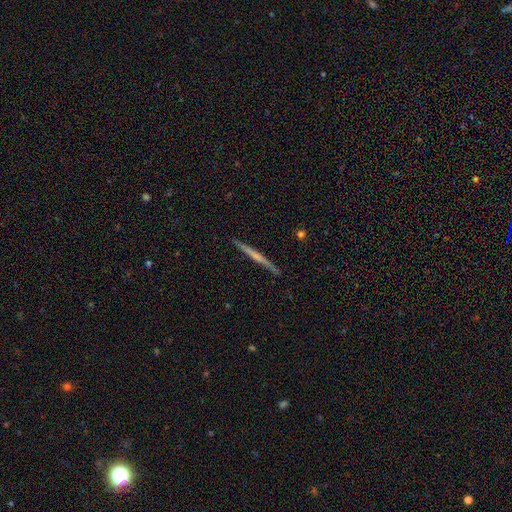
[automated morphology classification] Smooth or featured?
  - featured or disk: 65% *
  - smooth: 30%
  - star or artifact: 6%
Edge-on disk?
  - yes: 98% *
  - no: 2%
Edge-on bulge?
  - none: 58% *
  - rounded: 32%
  - boxy: 10%
Merging?
  - none: 91% *
  - minor disturbance: 7%
  - major disturbance: 1%
  - merger: 1%